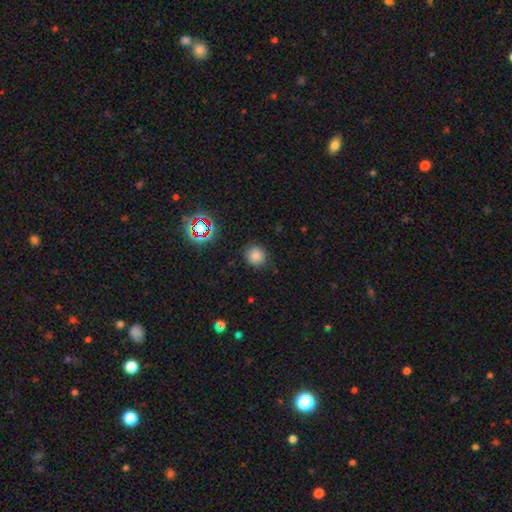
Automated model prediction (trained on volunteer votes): Smooth or featured?
  - smooth: 78% *
  - star or artifact: 17%
  - featured or disk: 5%
How rounded?
  - round: 89% *
  - in between: 10%
  - cigar-shaped: 1%
Merging?
  - none: 86% *
  - minor disturbance: 10%
  - major disturbance: 3%
  - merger: 1%